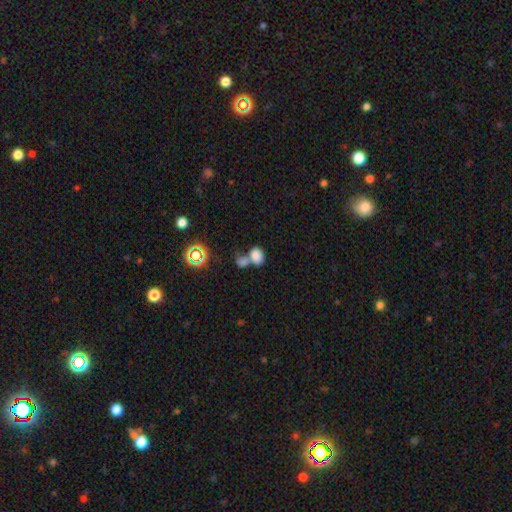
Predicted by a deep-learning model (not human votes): Smooth or featured? smooth (79%)
How rounded? in between (67%)
Merging? merger (60%)